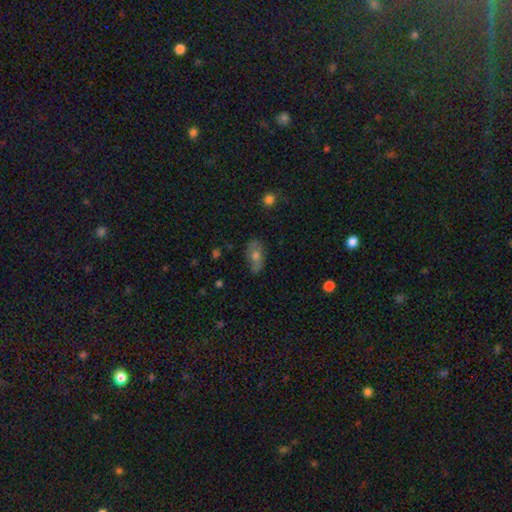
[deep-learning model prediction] Morphology: type=smooth (57%); roundness=in between (84%); merging=none (70%).